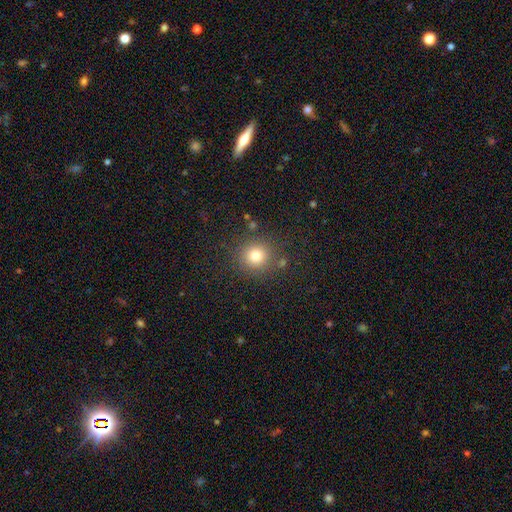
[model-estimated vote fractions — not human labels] Morphology: type=smooth (78%); roundness=round (91%); merging=none (85%).